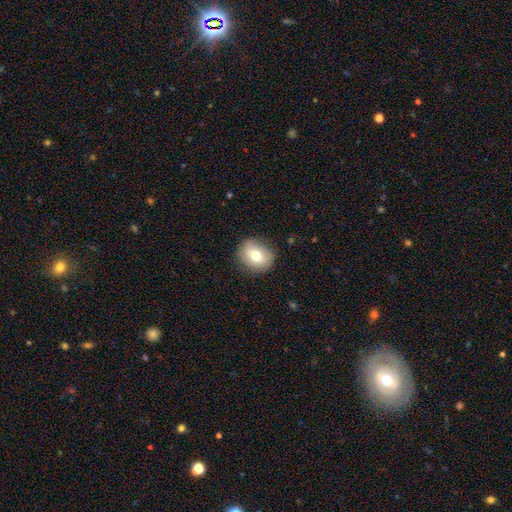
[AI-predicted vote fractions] A smooth galaxy with no disk features (73%) that is round (63%). Merging: none (83%).